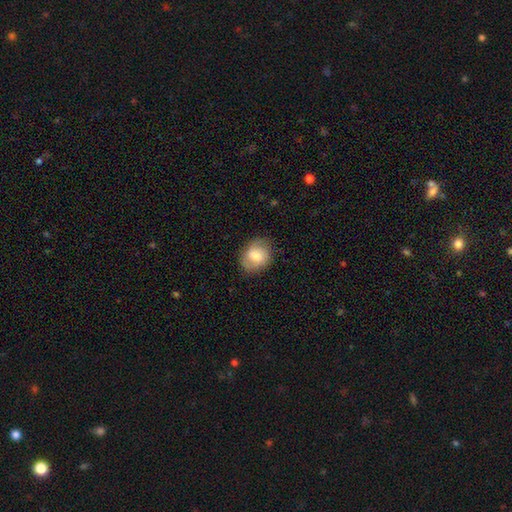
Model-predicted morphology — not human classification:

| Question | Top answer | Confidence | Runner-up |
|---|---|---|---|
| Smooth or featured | smooth | 60% | featured or disk (33%) |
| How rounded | round | 53% | in between (46%) |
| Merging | none | 78% | minor disturbance (16%) |